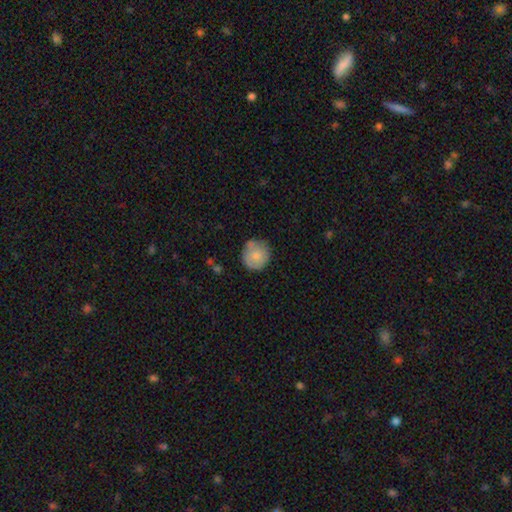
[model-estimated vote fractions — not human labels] Morphology: type=smooth (77%); roundness=round (93%); merging=none (74%).